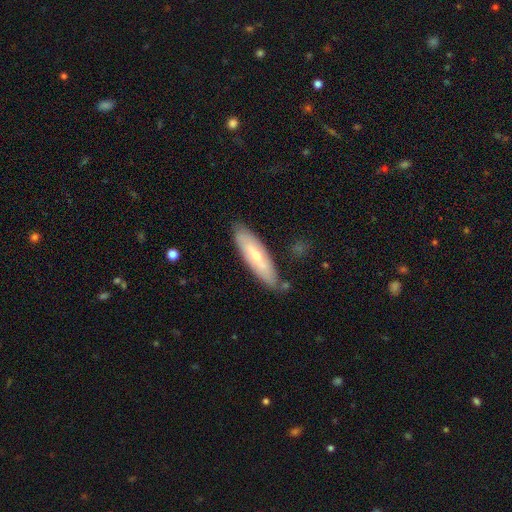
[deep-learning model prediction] Smooth or featured? Predicted: smooth (p=0.47, tied with featured or disk). Merging? Predicted: none (p=0.80).